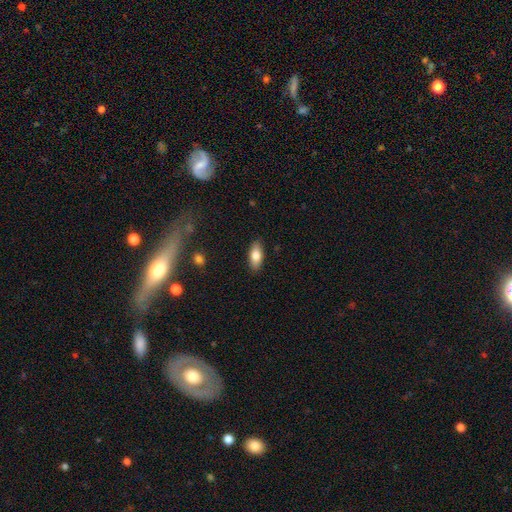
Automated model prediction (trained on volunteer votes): smooth-or-featured: smooth: 78% | featured or disk: 15% | star or artifact: 7%
  how-rounded: in between: 82% | cigar-shaped: 16% | round: 3%
  merging: none: 88% | minor disturbance: 9% | major disturbance: 2% | merger: 1%